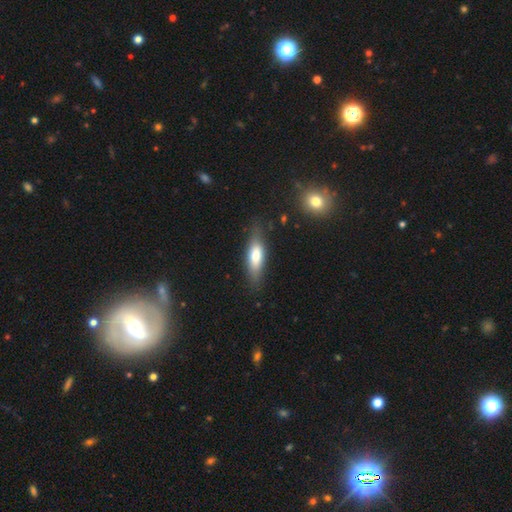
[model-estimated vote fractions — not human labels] A smooth galaxy with no disk features (68%) that is in between round and cigar-shaped (53%). Merging: none (77%).